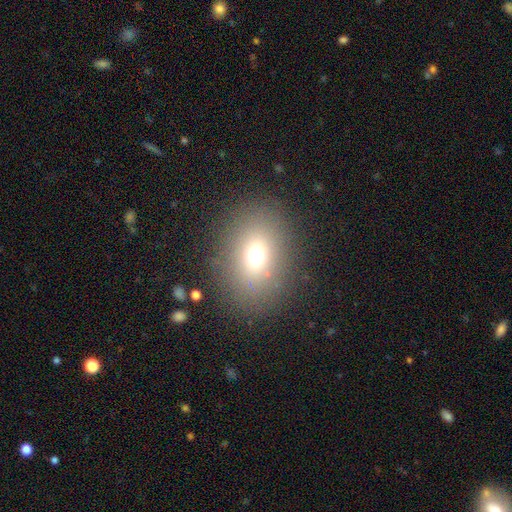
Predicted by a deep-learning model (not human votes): Smooth or featured: smooth — 68% (star or artifact — 19%)
How rounded: in between — 54% (round — 44%)
Merging: none — 84% (minor disturbance — 8%)